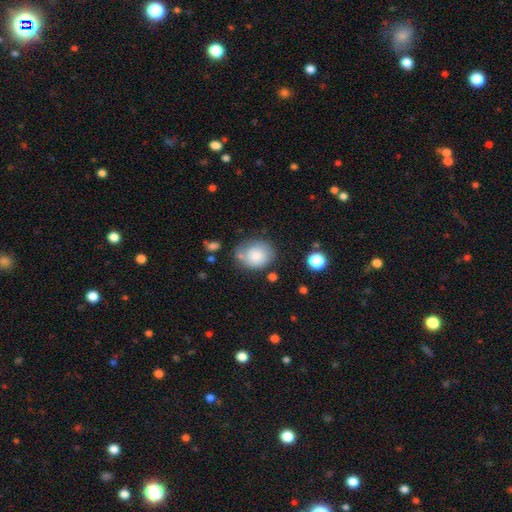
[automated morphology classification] type=smooth (78%); roundness=round (63%); merging=none (64%).